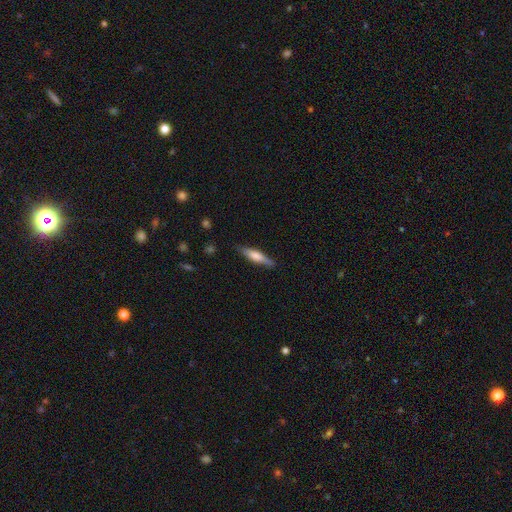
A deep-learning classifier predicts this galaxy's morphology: The model was most divided on "smooth or featured": smooth: 57%, featured or disk: 37%, star or artifact: 6%. More confident: merging — none (83%); how rounded — cigar-shaped (79%).